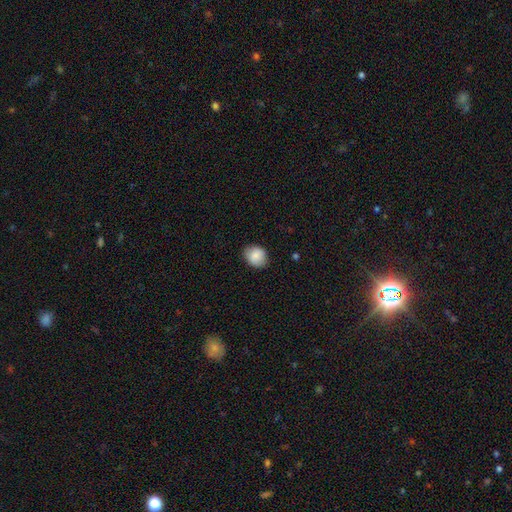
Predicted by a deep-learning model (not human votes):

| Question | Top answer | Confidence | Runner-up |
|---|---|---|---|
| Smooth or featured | smooth | 86% | star or artifact (7%) |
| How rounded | round | 63% | in between (36%) |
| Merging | none | 83% | minor disturbance (14%) |